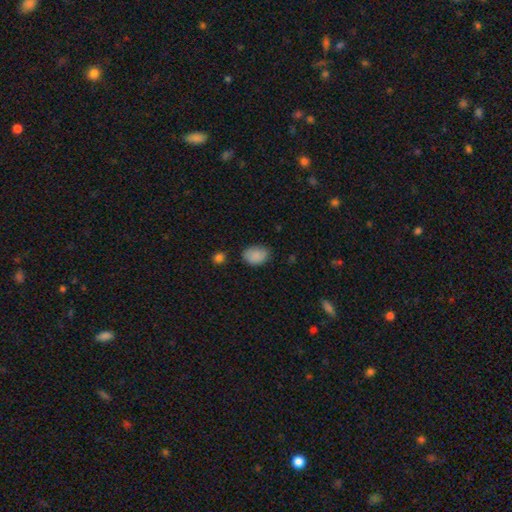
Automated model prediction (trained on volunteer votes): This is clearly a smooth galaxy (87%). How rounded: likely in between (77%). Merging: likely none (74%).